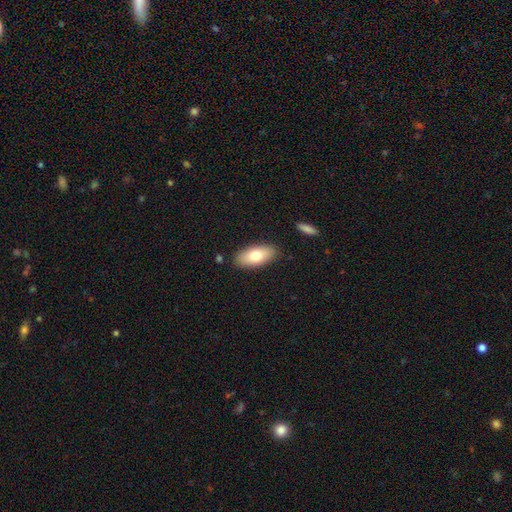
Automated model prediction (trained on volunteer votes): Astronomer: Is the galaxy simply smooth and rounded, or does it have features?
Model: smooth — 74%.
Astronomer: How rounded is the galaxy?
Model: in between — 88%.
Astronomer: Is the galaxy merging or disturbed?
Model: none — 86%.